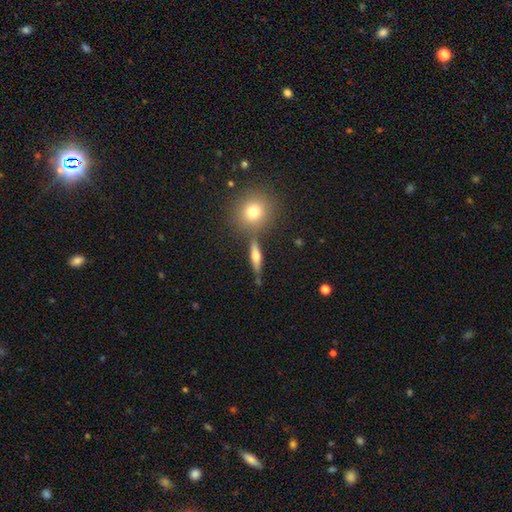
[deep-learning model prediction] Smooth or featured? Predicted: featured or disk (p=0.47). Merging? Predicted: none (p=0.77).